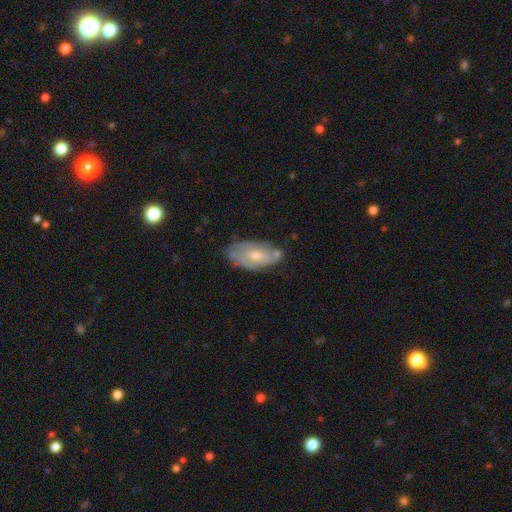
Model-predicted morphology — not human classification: Overall: featured or disk (56%; smooth 37%). Edge-on disk: no (90%). Bar: no (77%). Spiral arms: yes (62%; no 38%). Bulge size: moderate (50%; small 45%). Merging: none (61%; minor disturbance 27%).